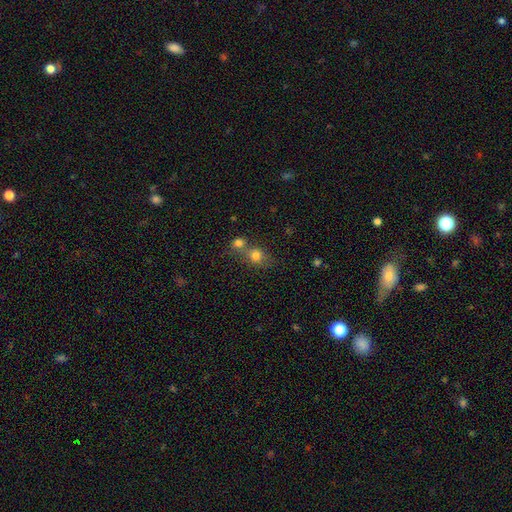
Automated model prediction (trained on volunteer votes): Smooth or featured? smooth (77%)
How rounded? round (68%)
Merging? merger (45%)